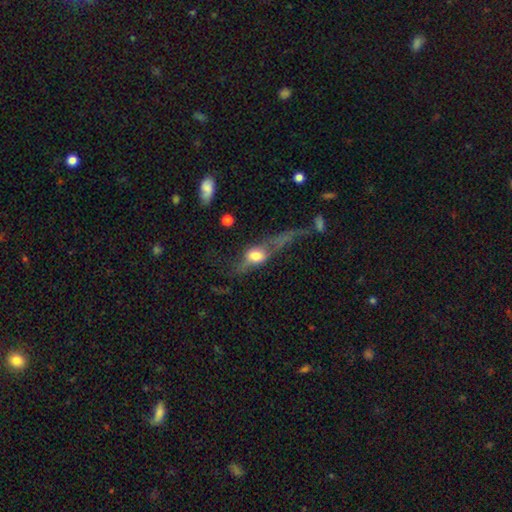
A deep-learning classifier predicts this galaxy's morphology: A featured or disk galaxy (53%) viewed edge-on (57%).

Vote fractions:
- Smooth or featured? featured or disk: 53% / smooth: 36% / star or artifact: 10%
- Edge-on disk? yes: 57% / no: 43%
- Merging? major disturbance: 45% / none: 30% / minor disturbance: 18% / merger: 8%